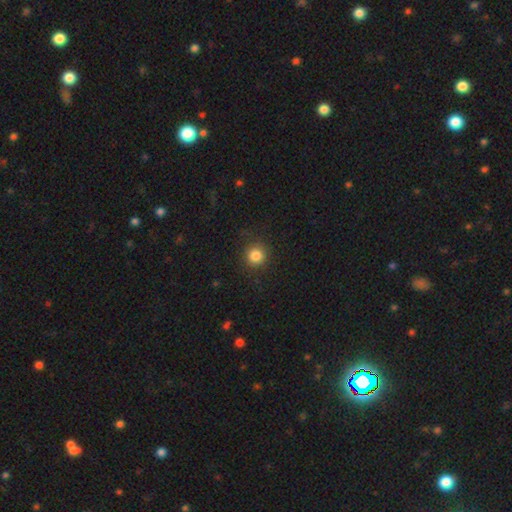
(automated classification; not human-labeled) smooth-or-featured: smooth: 84% | star or artifact: 11% | featured or disk: 5%
  how-rounded: round: 93% | in between: 6% | cigar-shaped: 1%
  merging: none: 85% | minor disturbance: 10% | major disturbance: 4% | merger: 1%